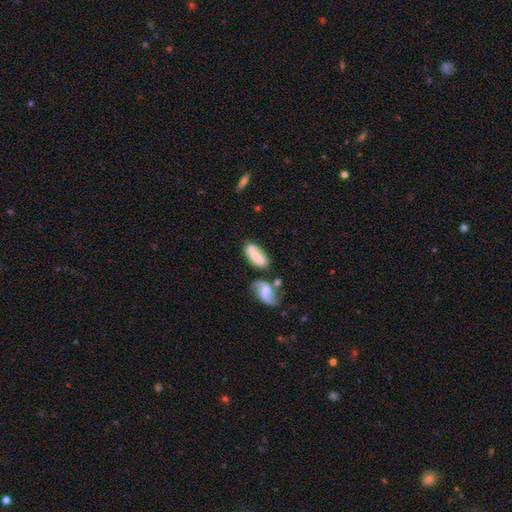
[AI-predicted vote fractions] Smooth or featured? Predicted: smooth (p=0.50). Merging? Predicted: none (p=0.50).